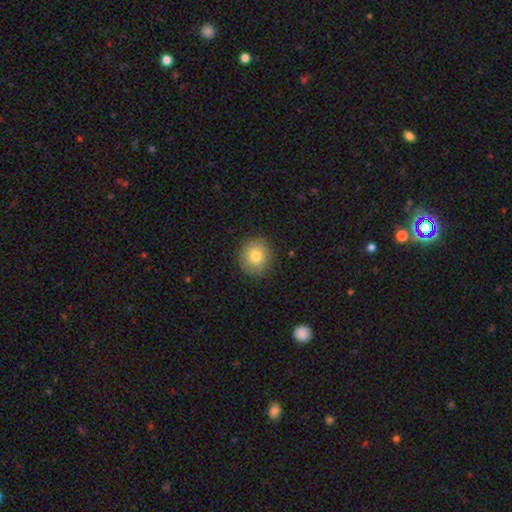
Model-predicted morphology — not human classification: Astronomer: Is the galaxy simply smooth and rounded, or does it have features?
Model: smooth — 79%.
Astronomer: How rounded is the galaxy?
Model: round — 88%.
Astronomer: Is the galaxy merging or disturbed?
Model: none — 89%.